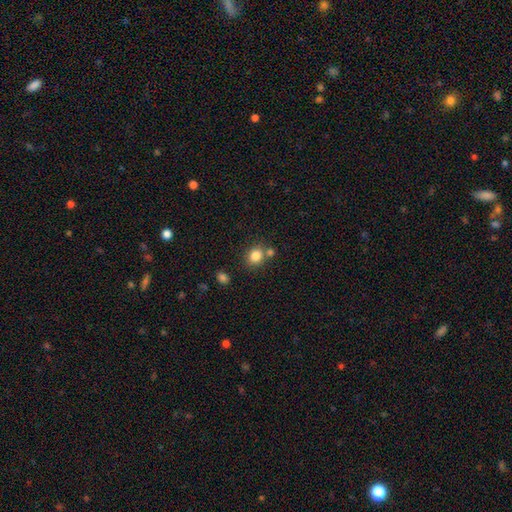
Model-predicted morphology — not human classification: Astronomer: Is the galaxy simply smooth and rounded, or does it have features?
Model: smooth — 83%.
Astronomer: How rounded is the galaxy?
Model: round — 69%.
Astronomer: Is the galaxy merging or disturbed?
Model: none — 67%.